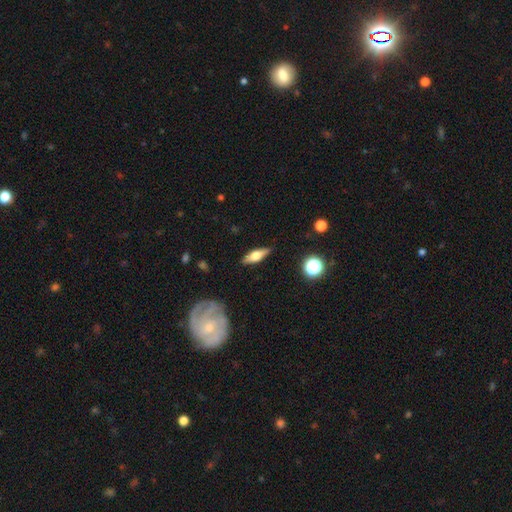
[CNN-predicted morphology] Q: Smooth or featured?
A: featured or disk (48%); runner-up: smooth (44%)
Q: Merging?
A: none (85%); runner-up: minor disturbance (10%)